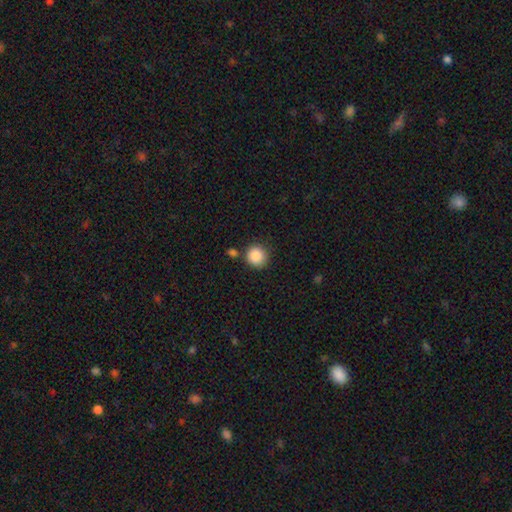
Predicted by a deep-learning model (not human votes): Smooth or featured?
  - smooth: 88% *
  - star or artifact: 9%
  - featured or disk: 3%
How rounded?
  - round: 91% *
  - in between: 8%
  - cigar-shaped: 1%
Merging?
  - none: 78% *
  - minor disturbance: 11%
  - merger: 8%
  - major disturbance: 3%